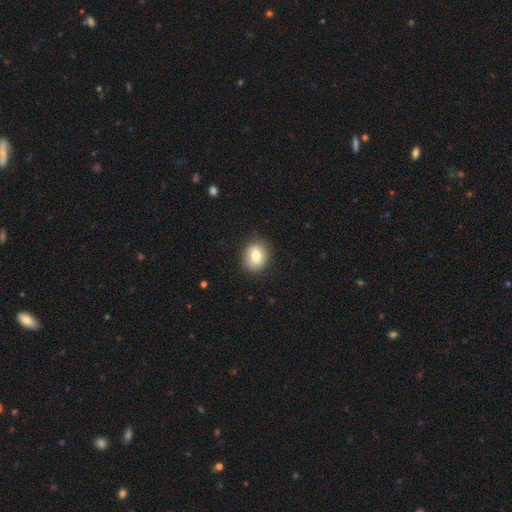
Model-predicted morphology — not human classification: Smooth or featured: smooth — 74% (featured or disk — 18%)
How rounded: round — 61% (in between — 38%)
Merging: none — 85% (minor disturbance — 11%)